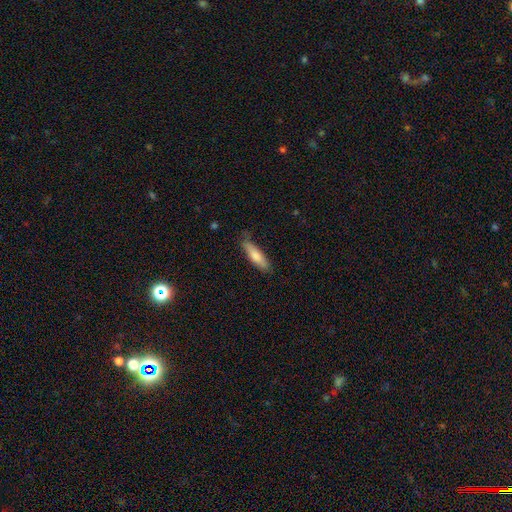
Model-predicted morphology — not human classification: smooth 74%, featured or disk 20%, star or artifact 6%. Down the decision tree: how rounded — cigar-shaped (70%); merging — none (75%).